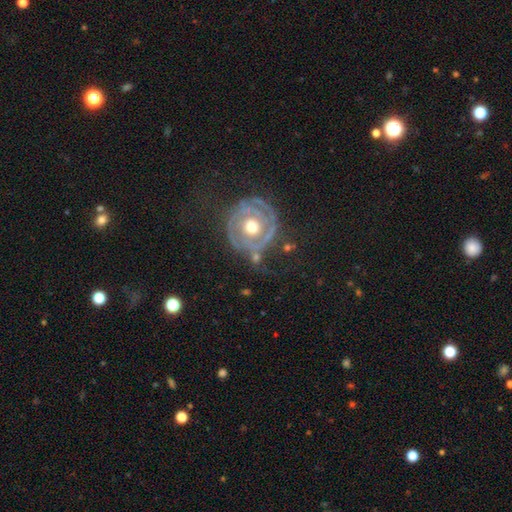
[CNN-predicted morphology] The model was most divided on "spiral arm count": 2: 45%, can't tell: 26%, 3: 11%, 1: 8%, 4: 5%, more than 4: 5%. More confident: edge-on disk — no (95%); bar — no (79%); spiral arms — yes (79%); bulge size — moderate (76%); smooth or featured — featured or disk (73%); spiral winding — tight (72%); merging — none (68%).